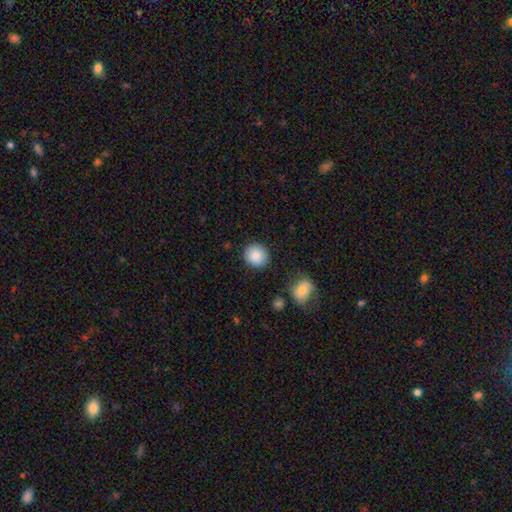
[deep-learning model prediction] smooth_or_featured: smooth (p=0.88) [alt: star or artifact p=0.08]
how_rounded: round (p=0.88) [alt: in between p=0.11]
merging: none (p=0.89) [alt: minor disturbance p=0.07]